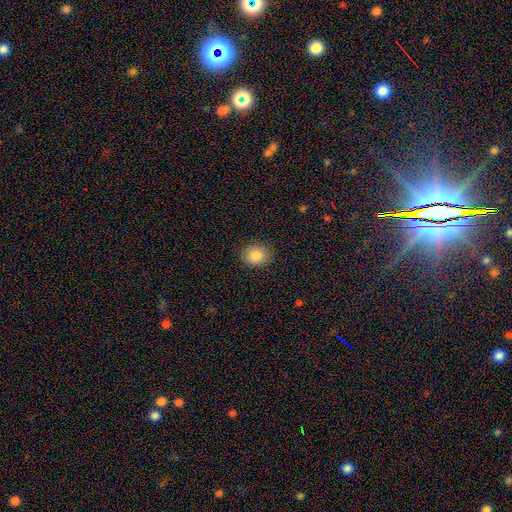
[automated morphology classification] This appears to be a smooth galaxy with no disk features (86%) that is round (60%). Merging: none (88%).